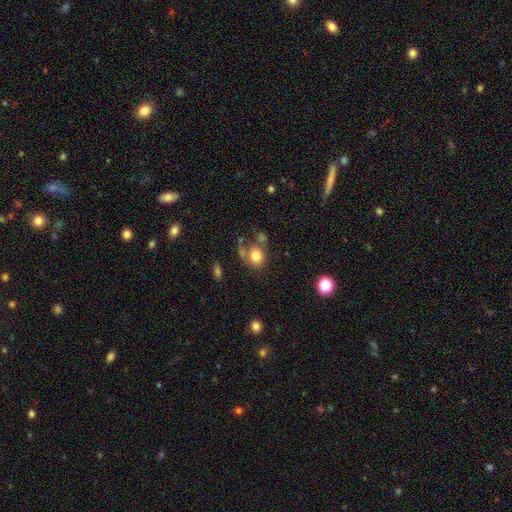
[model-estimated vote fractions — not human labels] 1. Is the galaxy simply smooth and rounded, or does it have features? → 79% smooth, 11% featured or disk, 10% star or artifact.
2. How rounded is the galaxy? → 64% round, 35% in between, 1% cigar-shaped.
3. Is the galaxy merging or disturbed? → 50% none, 21% merger, 16% minor disturbance, 13% major disturbance.